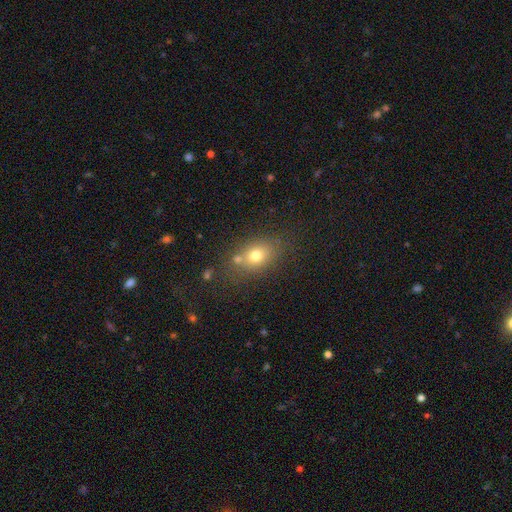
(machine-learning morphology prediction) smooth_or_featured: smooth (p=0.73) [alt: featured or disk p=0.14]
how_rounded: in between (p=0.67) [alt: round p=0.31]
merging: none (p=0.68) [alt: minor disturbance p=0.14]